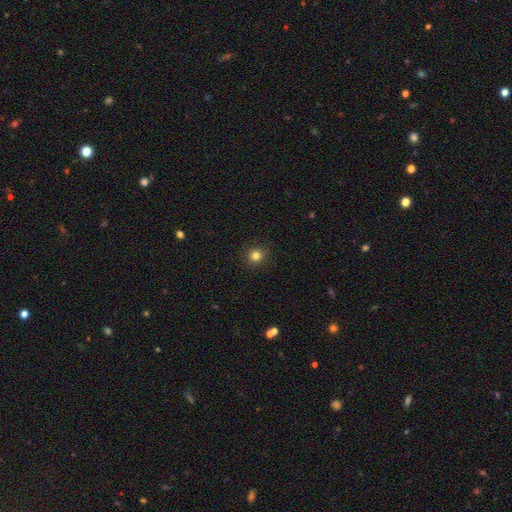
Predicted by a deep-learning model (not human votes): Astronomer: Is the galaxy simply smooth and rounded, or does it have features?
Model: smooth — 82%.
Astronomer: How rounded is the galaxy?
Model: round — 92%.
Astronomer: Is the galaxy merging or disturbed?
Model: none — 89%.